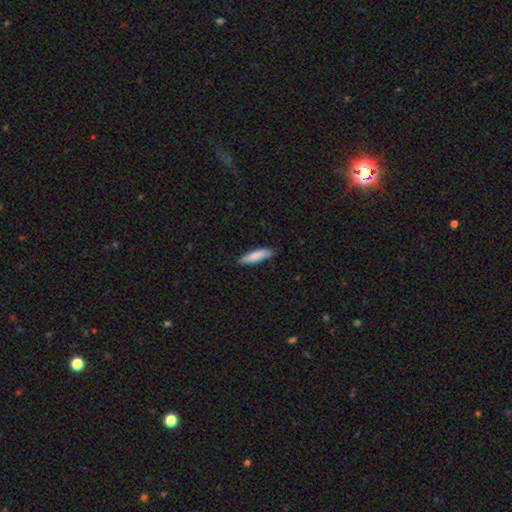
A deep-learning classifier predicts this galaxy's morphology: The model was most divided on "how rounded": cigar-shaped: 74%, in between: 25%, round: 1%. More confident: merging — none (85%); smooth or featured — smooth (84%).